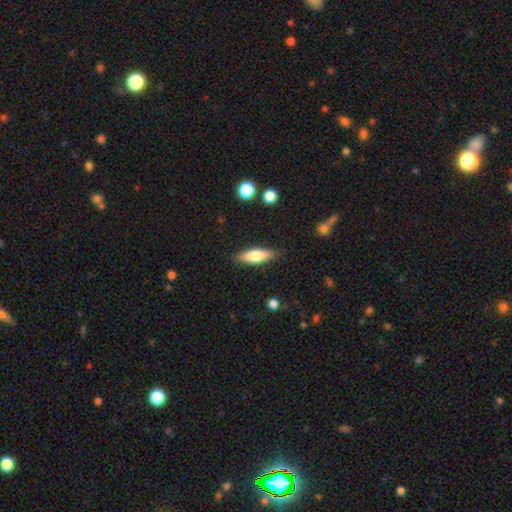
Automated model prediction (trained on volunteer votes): The model was most divided on "how rounded": in between: 54%, cigar-shaped: 43%, round: 2%. More confident: merging — none (87%); smooth or featured — smooth (63%).